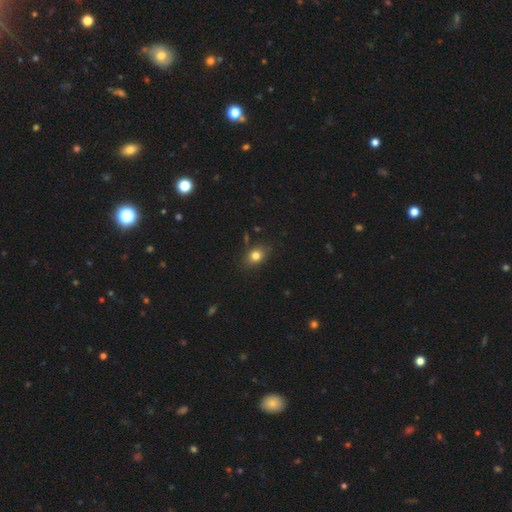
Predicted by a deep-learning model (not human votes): A smooth galaxy with no disk features (80%) that is in between round and cigar-shaped (60%). Merging: none (80%).